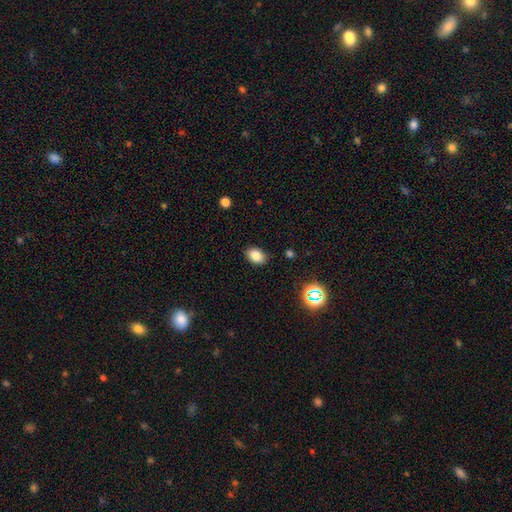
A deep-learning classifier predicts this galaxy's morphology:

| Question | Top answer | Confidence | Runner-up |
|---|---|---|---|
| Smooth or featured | smooth | 83% | star or artifact (11%) |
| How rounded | in between | 81% | round (18%) |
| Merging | none | 86% | minor disturbance (10%) |